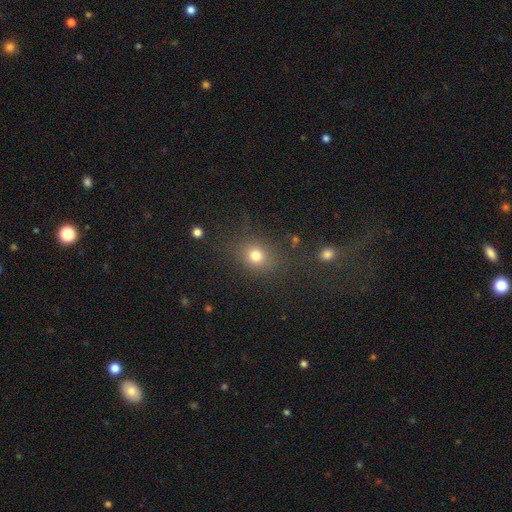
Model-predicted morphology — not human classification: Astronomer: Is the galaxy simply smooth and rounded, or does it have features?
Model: smooth — 76%.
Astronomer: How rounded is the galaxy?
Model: round — 65%.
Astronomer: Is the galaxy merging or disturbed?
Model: none — 78%.